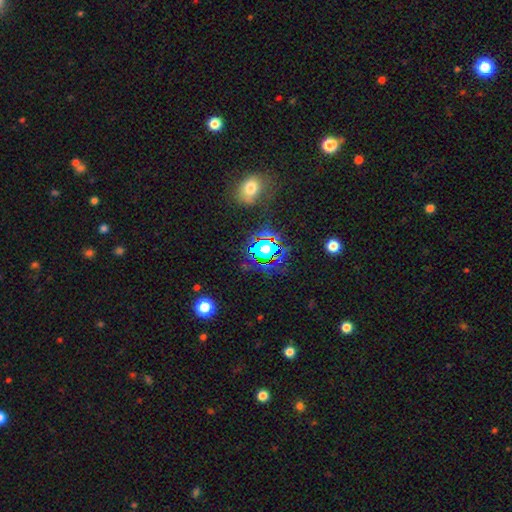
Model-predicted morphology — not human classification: Smooth or featured: star or artifact — 69% (smooth — 23%)